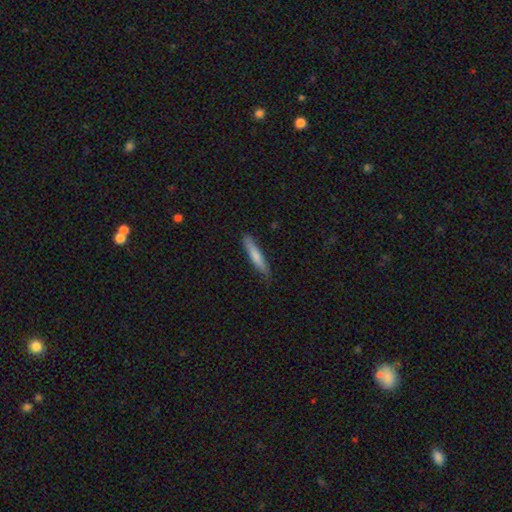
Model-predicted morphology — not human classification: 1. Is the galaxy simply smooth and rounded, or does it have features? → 75% smooth, 20% featured or disk, 5% star or artifact.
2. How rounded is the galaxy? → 91% cigar-shaped, 8% in between, 1% round.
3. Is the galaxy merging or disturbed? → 82% none, 15% minor disturbance, 2% major disturbance, 1% merger.